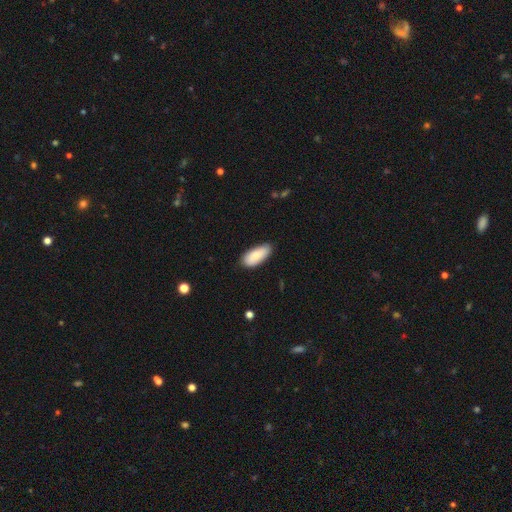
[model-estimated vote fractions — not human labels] smooth 85%, featured or disk 9%, star or artifact 6%. Down the decision tree: how rounded — in between (87%); merging — none (79%).